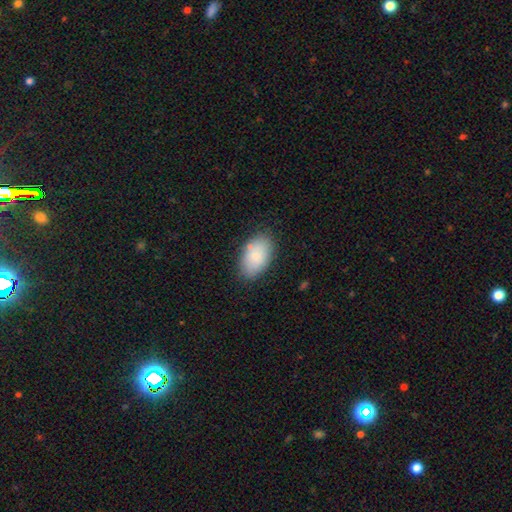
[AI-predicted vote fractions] Q: Smooth or featured?
A: smooth (85%); runner-up: featured or disk (8%)
Q: How rounded?
A: in between (92%); runner-up: round (6%)
Q: Merging?
A: none (81%); runner-up: minor disturbance (14%)